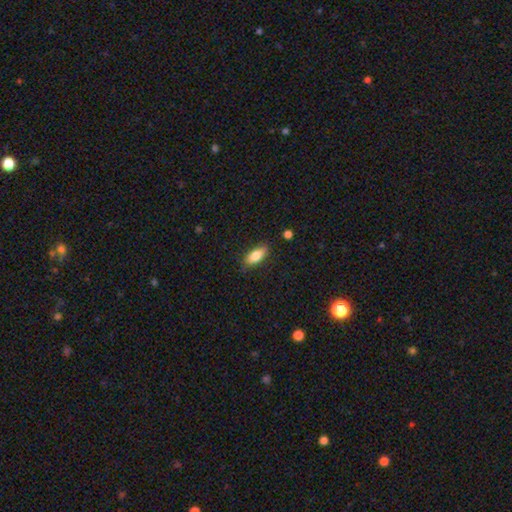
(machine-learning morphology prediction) Q: Smooth or featured?
A: smooth (79%); runner-up: featured or disk (14%)
Q: How rounded?
A: in between (74%); runner-up: cigar-shaped (23%)
Q: Merging?
A: none (84%); runner-up: minor disturbance (12%)